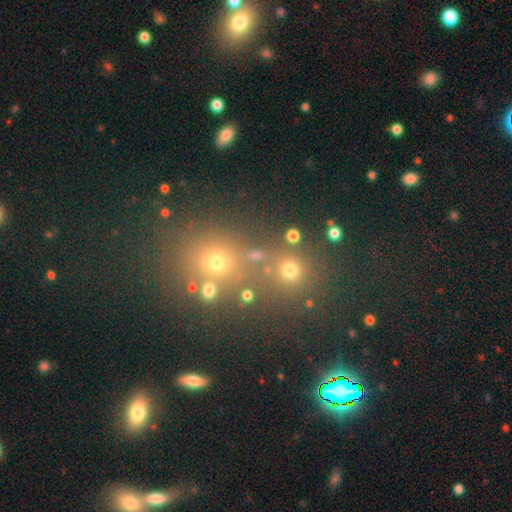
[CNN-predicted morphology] The model was most divided on "smooth or featured": smooth: 51%, star or artifact: 38%, featured or disk: 11%. More confident: how rounded — round (80%); merging — none (65%).